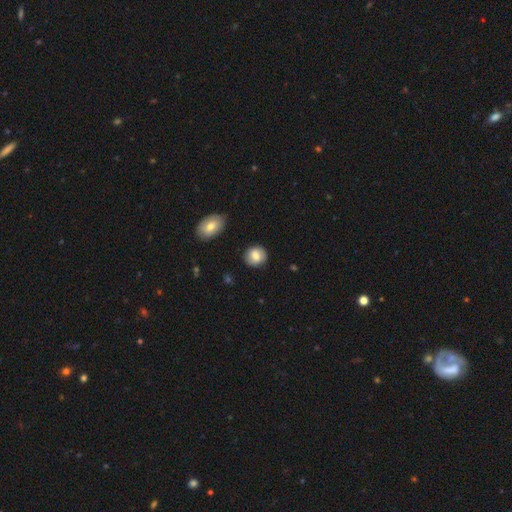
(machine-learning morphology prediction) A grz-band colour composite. It shows a smooth galaxy with no disk features (79%) that is round (81%). Merging: none (86%).